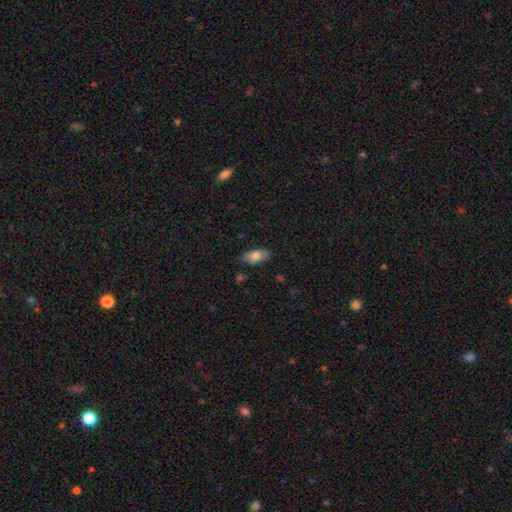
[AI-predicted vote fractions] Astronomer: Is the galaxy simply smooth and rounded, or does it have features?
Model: smooth — 72%.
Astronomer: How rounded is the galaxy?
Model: in between — 88%.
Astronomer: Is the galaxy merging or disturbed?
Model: none — 83%.